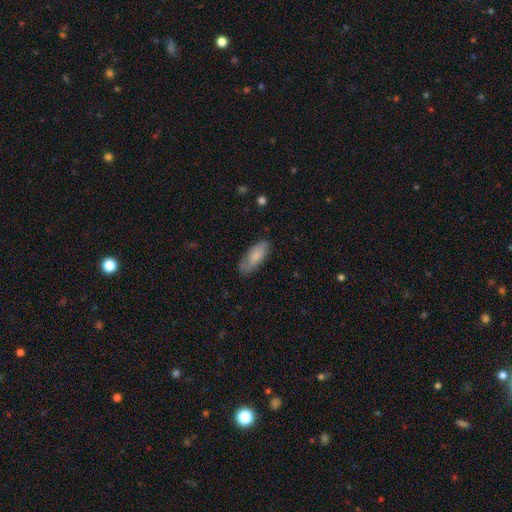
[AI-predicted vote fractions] smooth_or_featured: smooth (p=0.82) [alt: featured or disk p=0.12]
how_rounded: in between (p=0.75) [alt: cigar-shaped p=0.23]
merging: none (p=0.75) [alt: minor disturbance p=0.20]